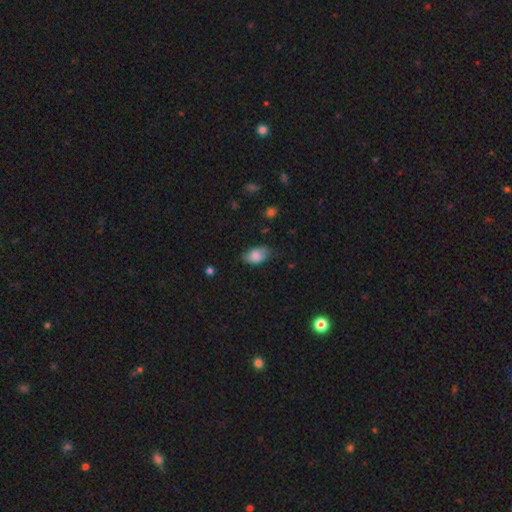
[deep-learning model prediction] smooth_or_featured: smooth (p=0.77) [alt: featured or disk p=0.16]
how_rounded: in between (p=0.90) [alt: round p=0.08]
merging: none (p=0.65) [alt: minor disturbance p=0.28]